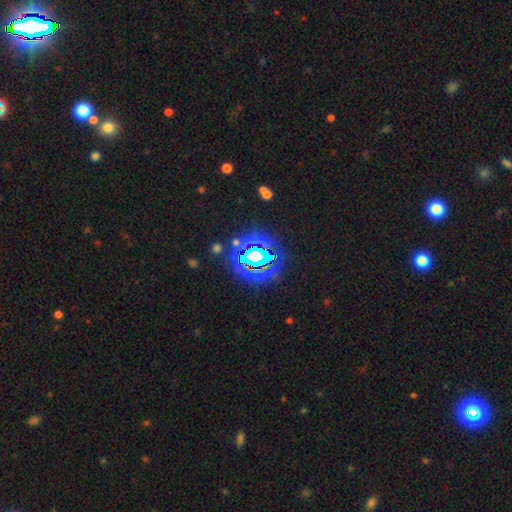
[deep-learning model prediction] star or artifact 76%, smooth 14%, featured or disk 10%.